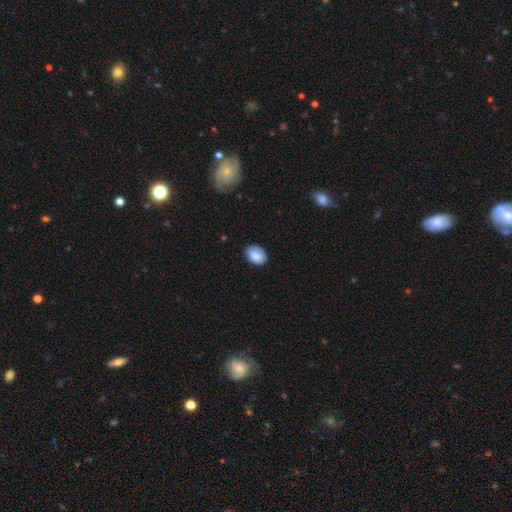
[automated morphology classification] smooth 87%, star or artifact 7%, featured or disk 6%. Down the decision tree: how rounded — in between (76%); merging — none (82%).